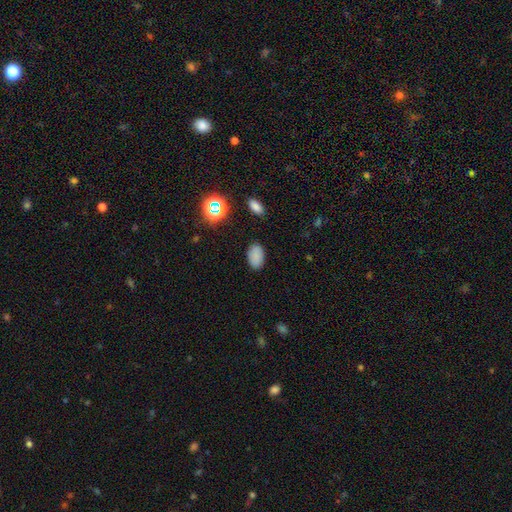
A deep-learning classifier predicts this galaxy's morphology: The model was most divided on "smooth or featured": smooth: 83%, star or artifact: 13%, featured or disk: 5%. More confident: how rounded — in between (92%); merging — none (85%).